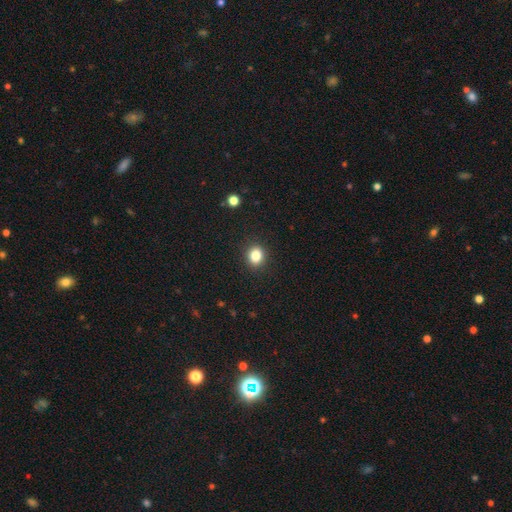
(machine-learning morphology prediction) The model was most divided on "how rounded": round: 70%, in between: 29%, cigar-shaped: 1%. More confident: merging — none (90%); smooth or featured — smooth (84%).